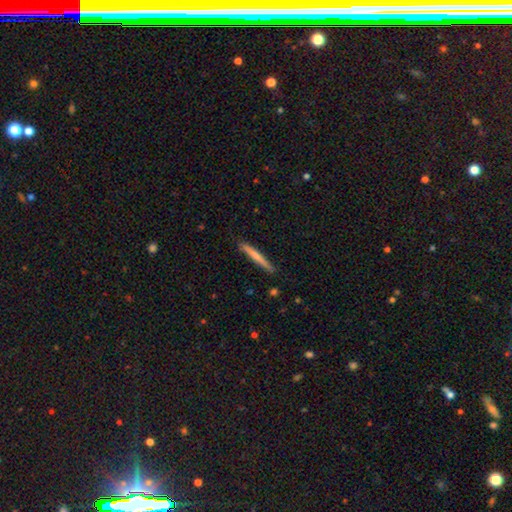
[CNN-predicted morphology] A smooth galaxy with no disk features (63%) that is cigar-shaped (96%). Merging: none (87%).